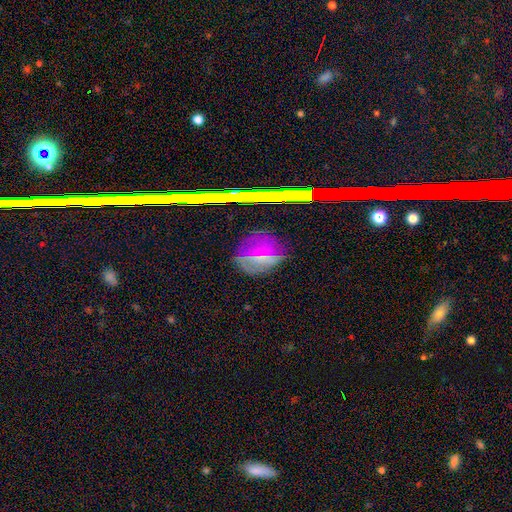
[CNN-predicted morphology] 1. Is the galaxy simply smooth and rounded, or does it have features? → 41% smooth, 40% featured or disk, 19% star or artifact.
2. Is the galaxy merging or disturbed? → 65% none, 22% minor disturbance, 11% major disturbance, 2% merger.